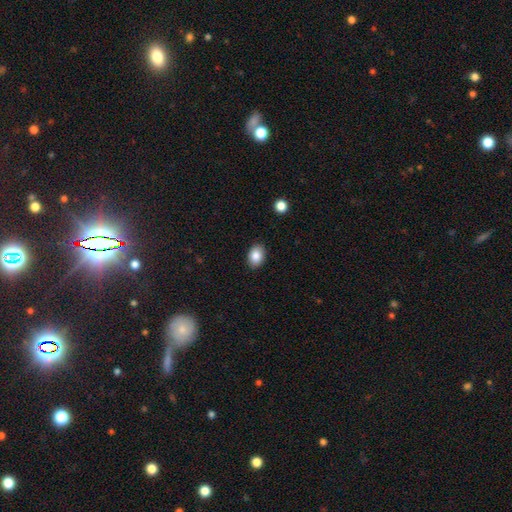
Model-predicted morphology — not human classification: The model was most divided on "how rounded": in between: 77%, round: 22%, cigar-shaped: 1%. More confident: merging — none (88%); smooth or featured — smooth (86%).